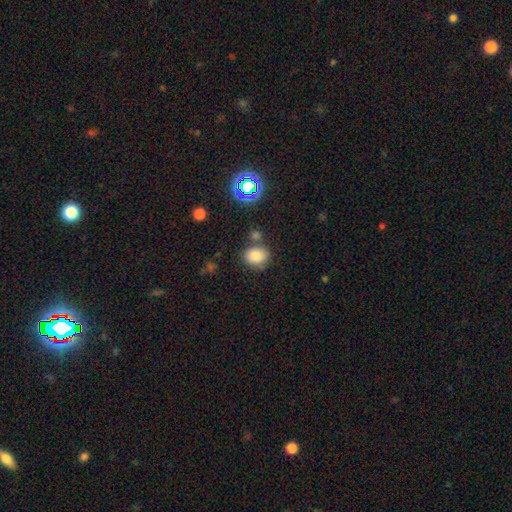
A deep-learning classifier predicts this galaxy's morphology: A smooth galaxy with no disk features (80%) that is round (50%).

Vote fractions:
- Smooth or featured? smooth: 80% / star or artifact: 12% / featured or disk: 7%
- How rounded? round: 50% / in between: 49% / cigar-shaped: 1%
- Merging? none: 68% / minor disturbance: 14% / merger: 14% / major disturbance: 4%